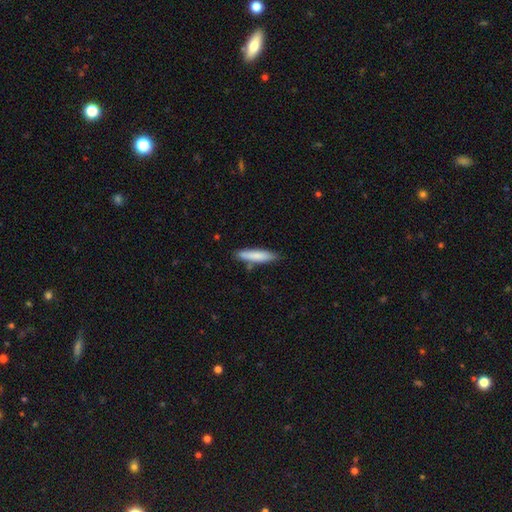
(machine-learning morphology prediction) Smooth or featured? Predicted: smooth (p=0.80). How rounded? Predicted: cigar-shaped (p=0.79). Merging? Predicted: none (p=0.79).